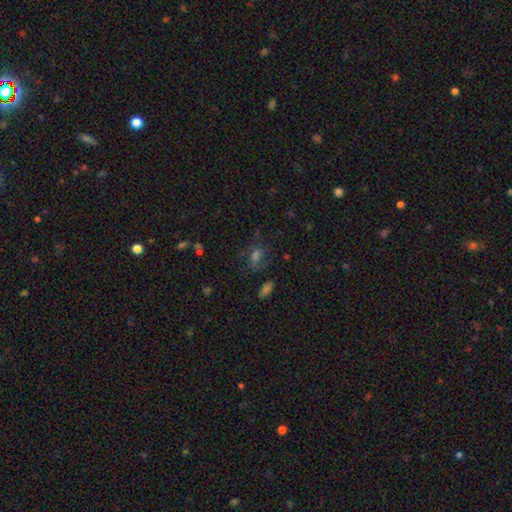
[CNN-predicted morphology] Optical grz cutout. It shows a smooth galaxy with no disk features (42%). Merging: none (63%).